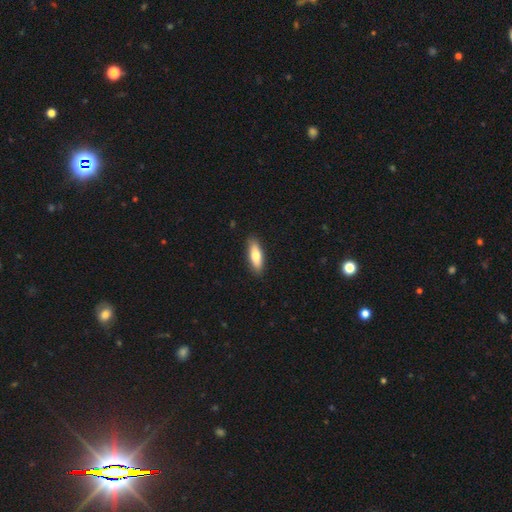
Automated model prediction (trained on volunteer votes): This is likely a smooth galaxy (75%). How rounded: possibly in between (55%). Merging: clearly none (89%).